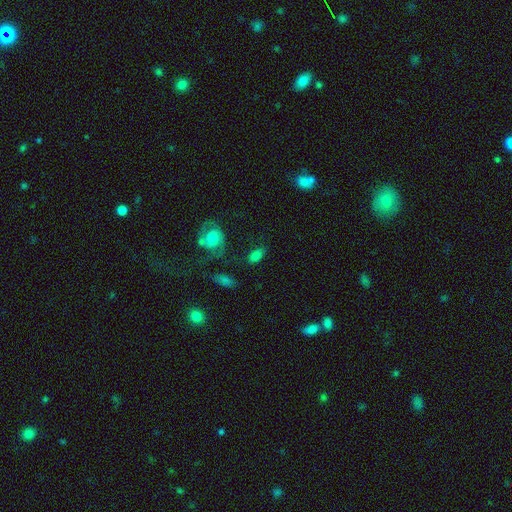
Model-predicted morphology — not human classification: A smooth galaxy with no disk features (71%) that is in between round and cigar-shaped (86%).

Vote fractions:
- Smooth or featured? smooth: 71% / featured or disk: 18% / star or artifact: 11%
- How rounded? in between: 86% / round: 9% / cigar-shaped: 4%
- Merging? none: 68% / minor disturbance: 16% / major disturbance: 8% / merger: 7%